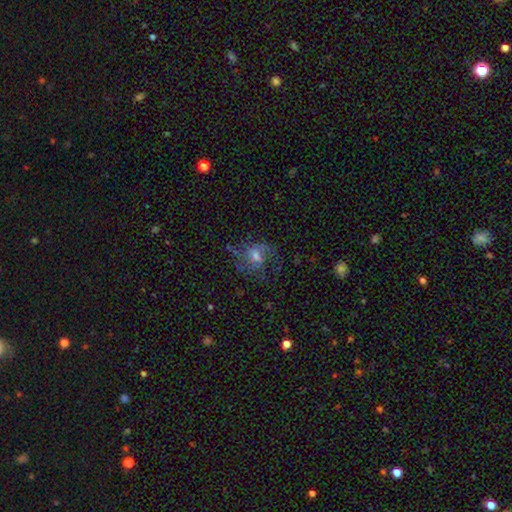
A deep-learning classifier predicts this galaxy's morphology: A featured or disk galaxy (58%) with no bar (46%), spiral arms (80%) and a moderate central bulge (49%).

Vote fractions:
- Smooth or featured? featured or disk: 58% / smooth: 28% / star or artifact: 14%
- Edge-on disk? no: 97% / yes: 3%
- Bar? no: 46% / weak: 45% / strong: 9%
- Spiral arms? yes: 80% / no: 20%
- Bulge size? moderate: 49% / small: 33% / none: 9% / large: 8% / dominant: 2%
- Merging? none: 54% / major disturbance: 24% / minor disturbance: 20% / merger: 2%